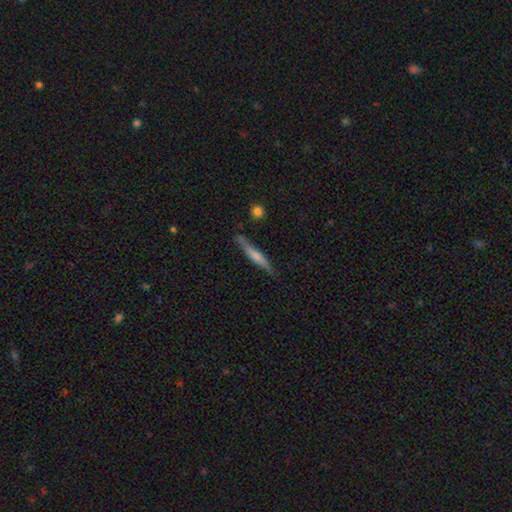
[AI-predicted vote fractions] A featured or disk galaxy (48%). Merging: none (81%).